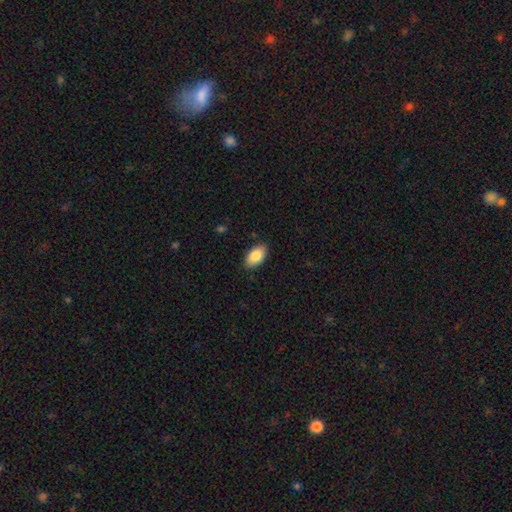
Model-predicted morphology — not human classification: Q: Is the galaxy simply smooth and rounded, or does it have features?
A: smooth — 85%.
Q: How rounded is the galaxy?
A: in between — 94%.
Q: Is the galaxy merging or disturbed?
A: none — 87%.